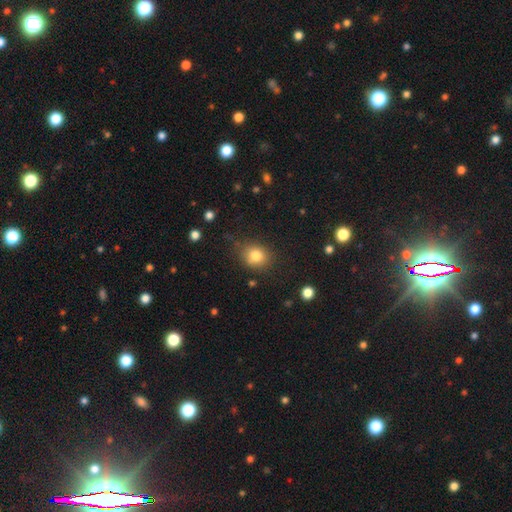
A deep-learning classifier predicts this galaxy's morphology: type=smooth (80%); roundness=round (66%); merging=none (76%).